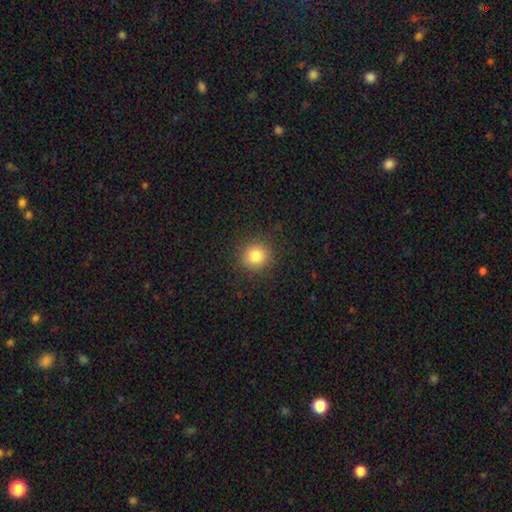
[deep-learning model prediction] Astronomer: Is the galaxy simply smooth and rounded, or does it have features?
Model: smooth — 82%.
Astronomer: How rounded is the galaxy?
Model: round — 88%.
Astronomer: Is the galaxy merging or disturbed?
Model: none — 89%.